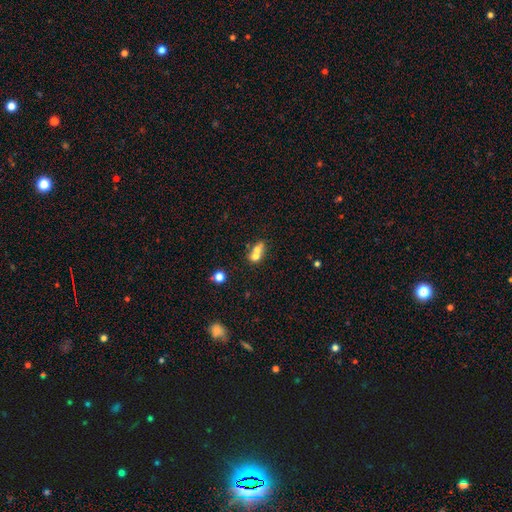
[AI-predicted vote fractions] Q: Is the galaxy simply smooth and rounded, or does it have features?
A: smooth — 64%.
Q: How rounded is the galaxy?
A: round — 51%.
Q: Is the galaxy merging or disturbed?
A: merger — 66%.